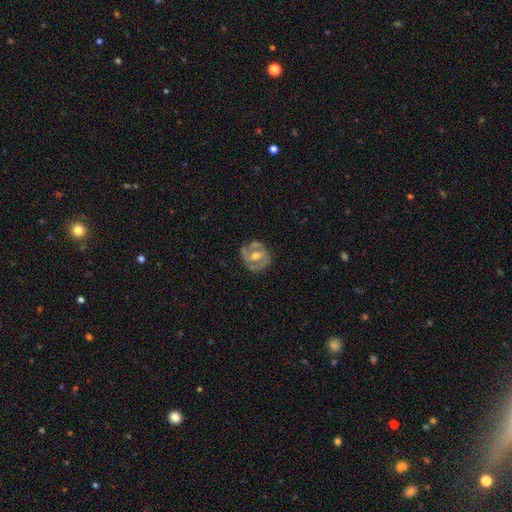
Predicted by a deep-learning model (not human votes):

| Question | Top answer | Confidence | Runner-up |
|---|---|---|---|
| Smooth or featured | featured or disk | 77% | smooth (16%) |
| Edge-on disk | no | 97% | yes (3%) |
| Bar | weak | 44% | no (34%) |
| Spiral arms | yes | 79% | no (21%) |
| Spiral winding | medium | 43% | tight (42%) |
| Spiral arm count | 2 | 66% | can't tell (16%) |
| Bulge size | moderate | 69% | small (22%) |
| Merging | none | 70% | minor disturbance (18%) |